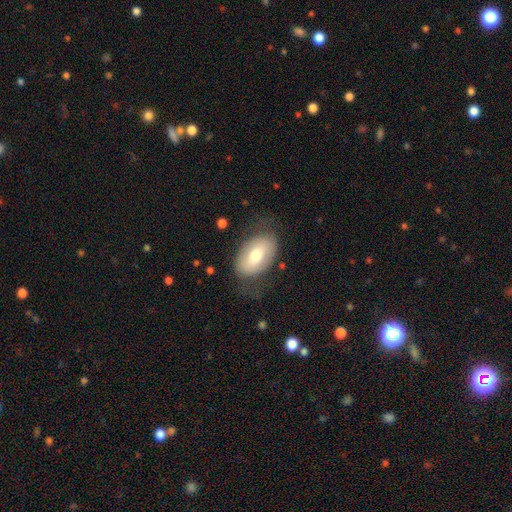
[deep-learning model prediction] This is likely a smooth galaxy (62%). How rounded: clearly in between (91%). Merging: likely none (66%).